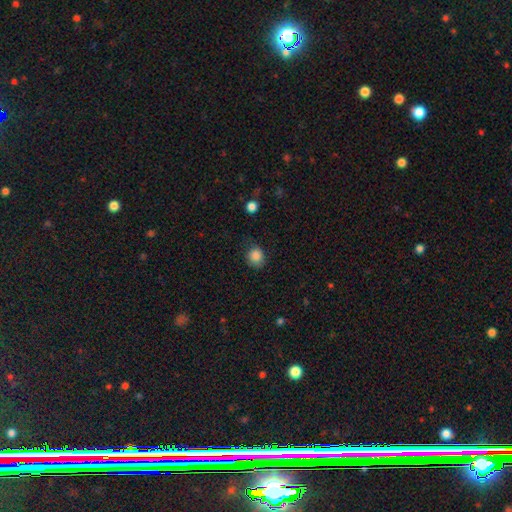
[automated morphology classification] A smooth galaxy with no disk features (86%) that is round (79%). Merging: none (75%).